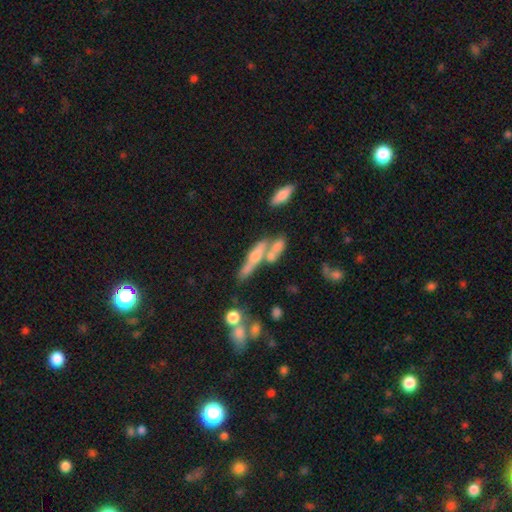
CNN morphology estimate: A featured or disk galaxy (47%).

Vote fractions:
- Smooth or featured? featured or disk: 47% / smooth: 41% / star or artifact: 12%
- Merging? merger: 38% / none: 37% / minor disturbance: 15% / major disturbance: 10%